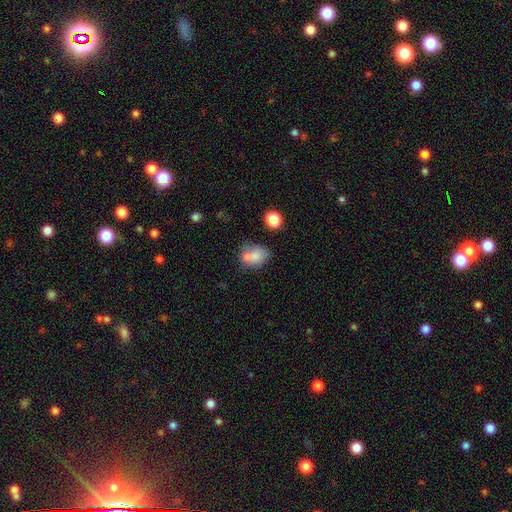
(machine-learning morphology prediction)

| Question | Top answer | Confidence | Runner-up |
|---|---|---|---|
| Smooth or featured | smooth | 72% | featured or disk (17%) |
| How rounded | in between | 62% | round (37%) |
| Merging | merger | 39% | none (38%) |